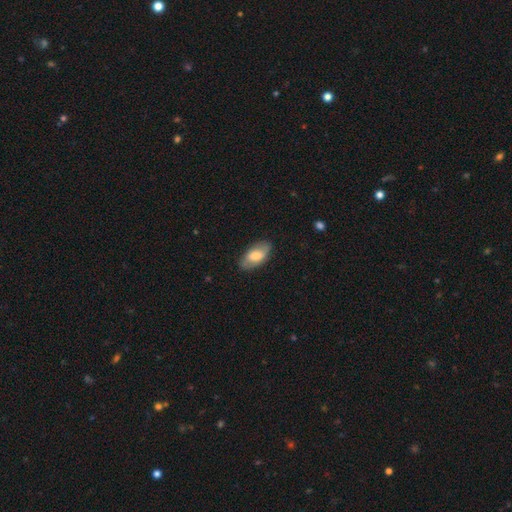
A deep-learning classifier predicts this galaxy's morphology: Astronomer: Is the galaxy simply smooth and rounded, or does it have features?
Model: smooth — 65%.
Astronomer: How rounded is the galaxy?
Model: in between — 92%.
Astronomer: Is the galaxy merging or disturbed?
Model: none — 80%.